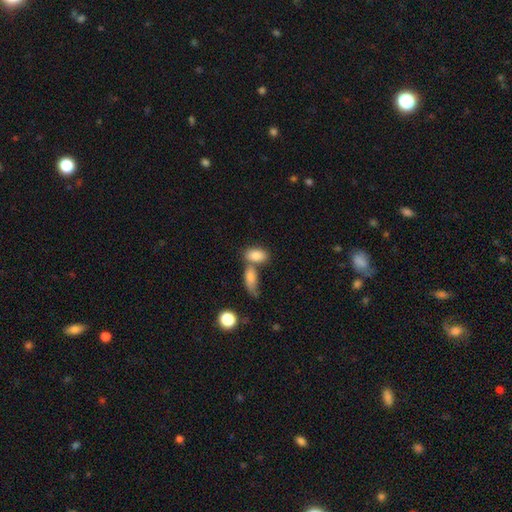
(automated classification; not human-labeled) This appears to be a smooth galaxy with no disk features (82%) that is in between round and cigar-shaped (90%). Merging: merger (44%).